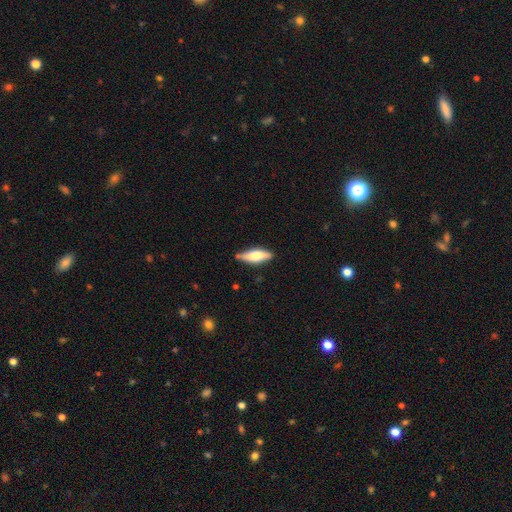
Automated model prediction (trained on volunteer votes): A smooth galaxy with no disk features (62%) that is in between round and cigar-shaped (54%). Merging: none (77%).